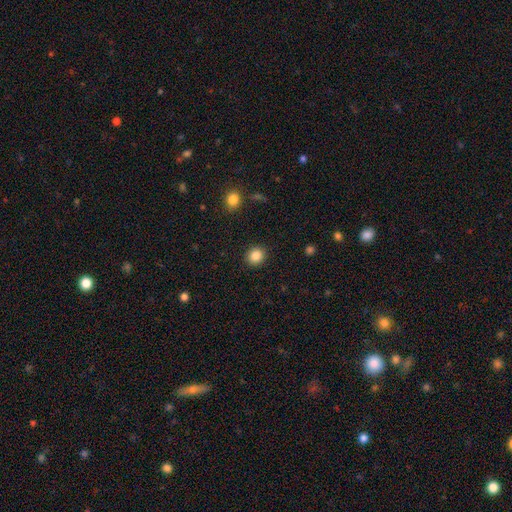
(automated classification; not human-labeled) The model was most divided on "how rounded": round: 79%, in between: 20%, cigar-shaped: 1%. More confident: merging — none (91%); smooth or featured — smooth (85%).